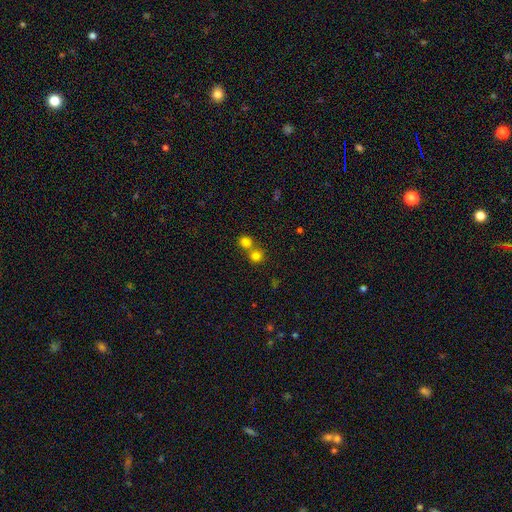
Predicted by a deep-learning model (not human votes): A smooth galaxy with no disk features (78%) that is round (90%). Merging: none (52%).